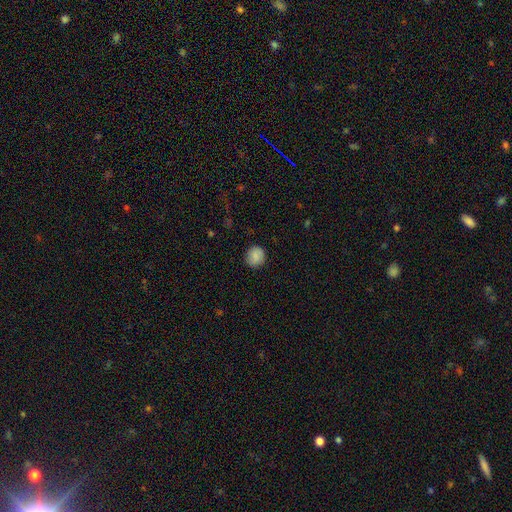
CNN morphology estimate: smooth-or-featured: smooth: 88% | star or artifact: 8% | featured or disk: 5%
  how-rounded: round: 87% | in between: 12% | cigar-shaped: 1%
  merging: none: 88% | minor disturbance: 9% | major disturbance: 2% | merger: 1%